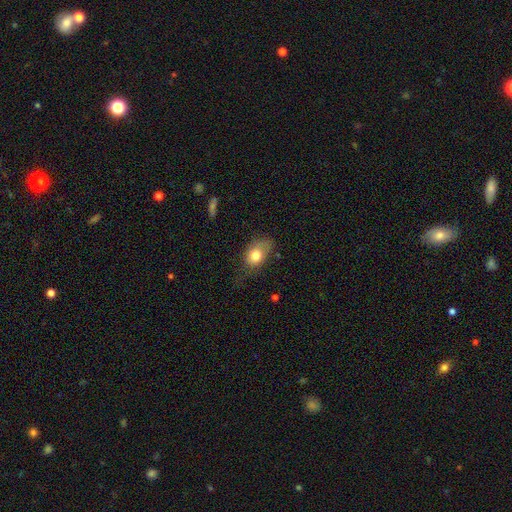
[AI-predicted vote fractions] Smooth or featured? smooth (77%)
How rounded? in between (78%)
Merging? none (46%)